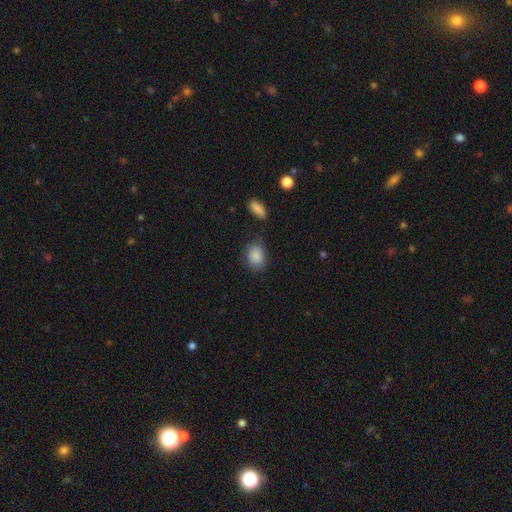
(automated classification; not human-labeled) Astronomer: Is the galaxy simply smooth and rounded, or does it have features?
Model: smooth — 88%.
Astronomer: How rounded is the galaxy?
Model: in between — 62%.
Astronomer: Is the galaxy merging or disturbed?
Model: none — 75%.